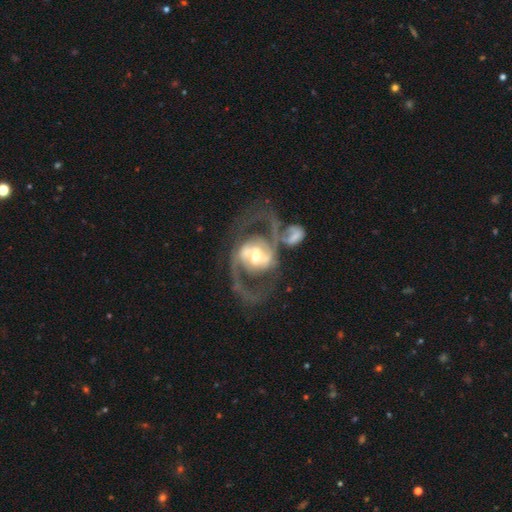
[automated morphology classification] featured or disk 88%, smooth 7%, star or artifact 5%. Down the decision tree: edge-on disk — no (97%); bar — strong (45%); spiral arms — yes (93%); spiral arm count — 2 (88%); spiral winding — medium (53%); bulge size — moderate (58%); merging — none (49%).